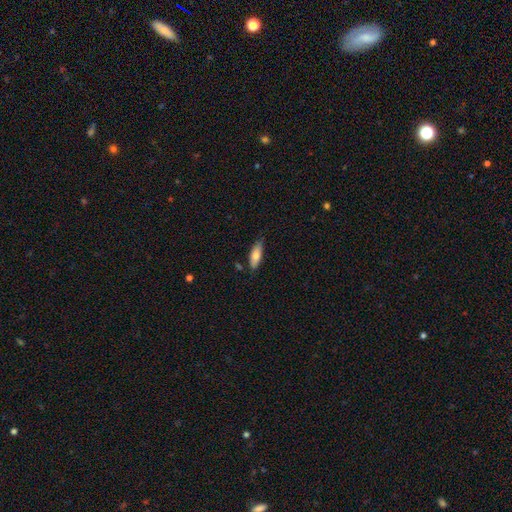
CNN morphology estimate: smooth 76%, featured or disk 18%, star or artifact 6%. Down the decision tree: how rounded — in between (62%); merging — none (73%).